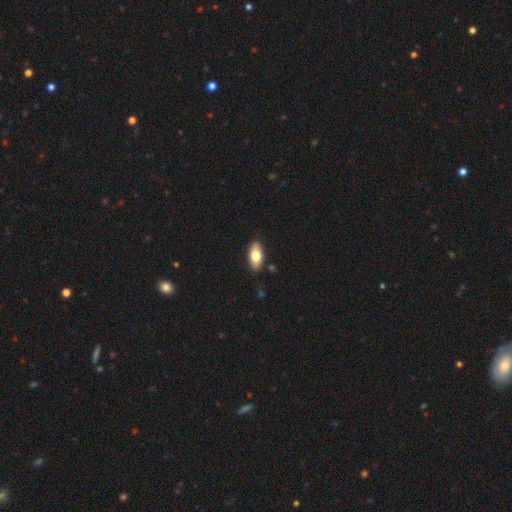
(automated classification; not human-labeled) A smooth galaxy with no disk features (75%) that is in between round and cigar-shaped (89%). Merging: none (85%).